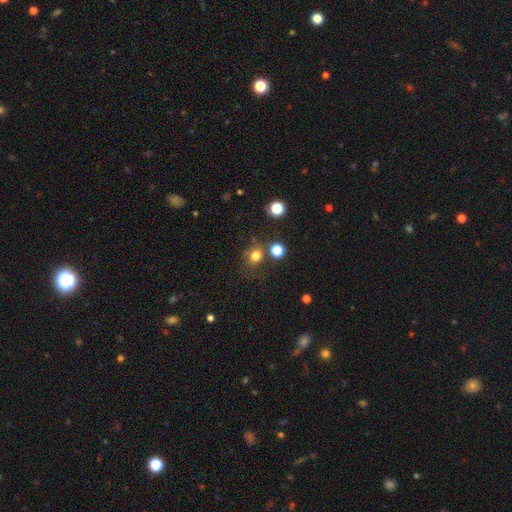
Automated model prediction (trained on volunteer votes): This is likely a smooth galaxy (77%). How rounded: likely round (68%). Merging: likely none (70%).